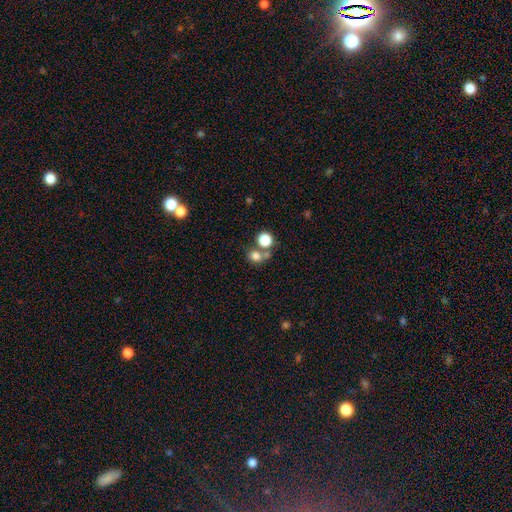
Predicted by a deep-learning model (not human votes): A smooth galaxy with no disk features (76%) that is round (75%). Merging: none (48%).